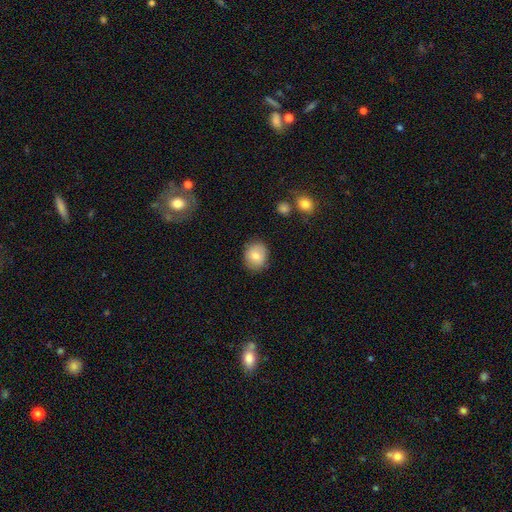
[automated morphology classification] Smooth or featured: smooth — 78% (featured or disk — 13%)
How rounded: round — 65% (in between — 34%)
Merging: none — 83% (minor disturbance — 13%)